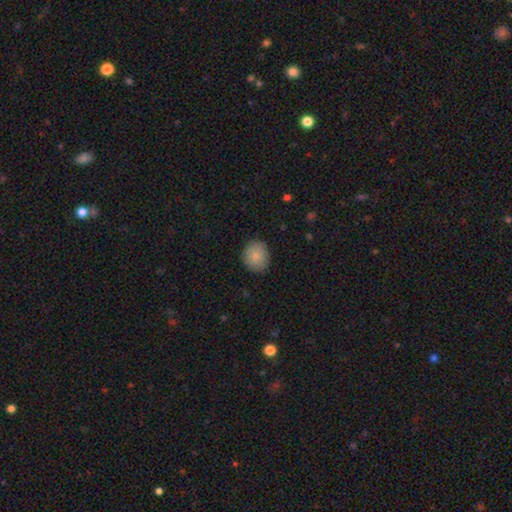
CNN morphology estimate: Smooth or featured: smooth — 85% (star or artifact — 8%)
How rounded: round — 68% (in between — 31%)
Merging: none — 85% (minor disturbance — 12%)